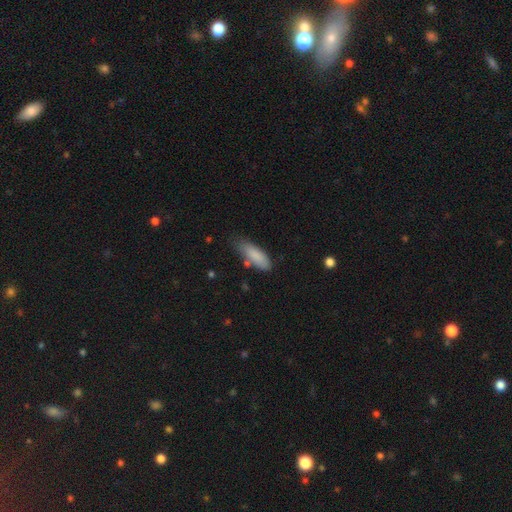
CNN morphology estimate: This appears to be a smooth galaxy with no disk features (86%) that is in between round and cigar-shaped (59%). Merging: none (65%).